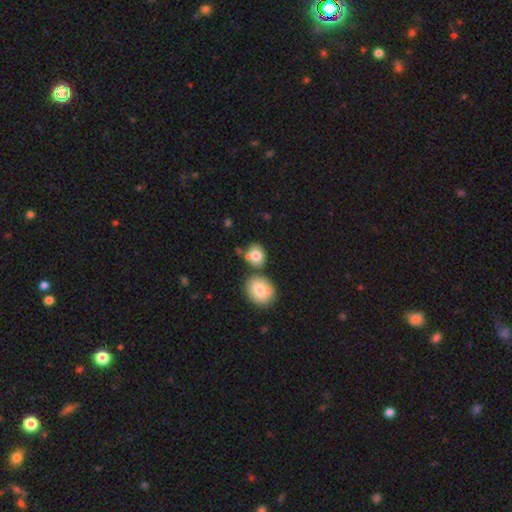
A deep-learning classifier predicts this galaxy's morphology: smooth_or_featured: smooth (p=0.80) [alt: featured or disk p=0.11]
how_rounded: round (p=0.57) [alt: in between p=0.42]
merging: none (p=0.57) [alt: merger p=0.26]